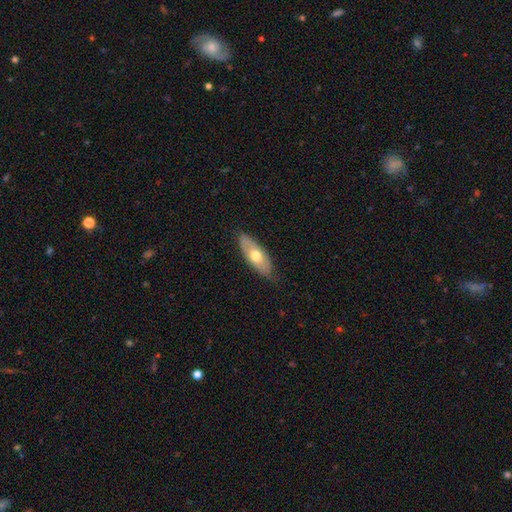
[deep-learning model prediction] This is possibly a smooth galaxy (57%). How rounded: likely in between (76%). Merging: likely none (77%).